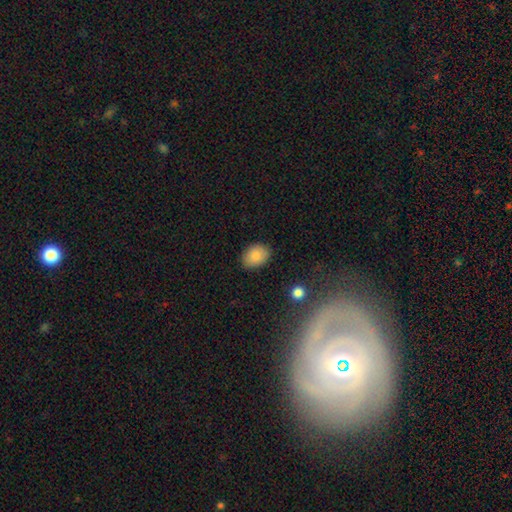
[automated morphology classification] Smooth or featured: smooth — 86% (star or artifact — 8%)
How rounded: in between — 77% (round — 22%)
Merging: none — 86% (minor disturbance — 10%)